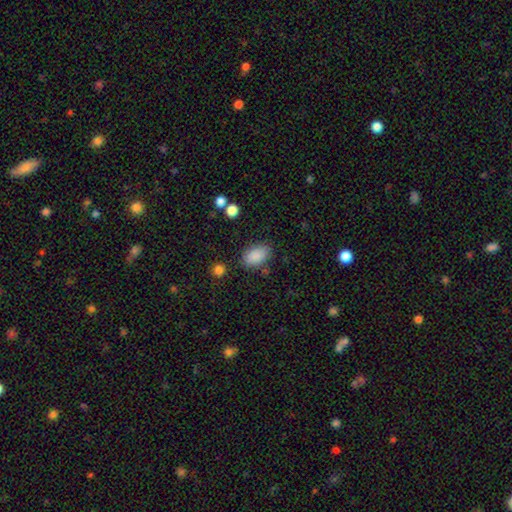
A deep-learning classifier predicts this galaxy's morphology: smooth_or_featured: smooth (p=0.87) [alt: star or artifact p=0.08]
how_rounded: in between (p=0.90) [alt: round p=0.09]
merging: none (p=0.78) [alt: minor disturbance p=0.15]